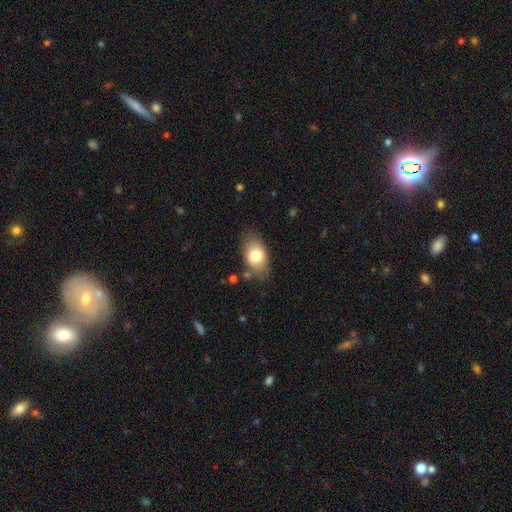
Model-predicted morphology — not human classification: Smooth or featured: smooth — 78% (featured or disk — 15%)
How rounded: in between — 87% (round — 11%)
Merging: none — 76% (minor disturbance — 17%)